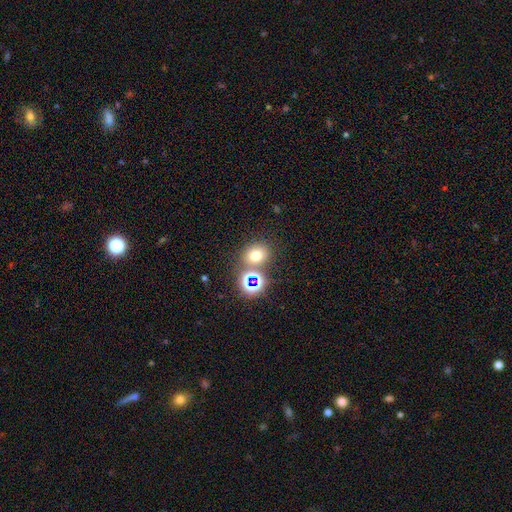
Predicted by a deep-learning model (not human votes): Smooth or featured: smooth — 66% (star or artifact — 25%)
How rounded: round — 65% (in between — 33%)
Merging: none — 68% (merger — 19%)